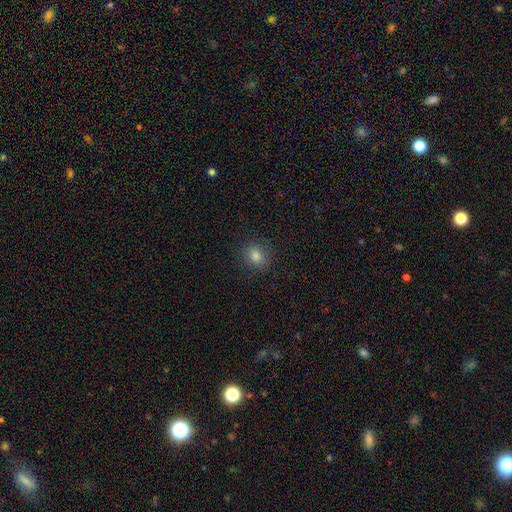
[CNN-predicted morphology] This appears to be a smooth galaxy with no disk features (81%) that is round (71%). Merging: none (88%).